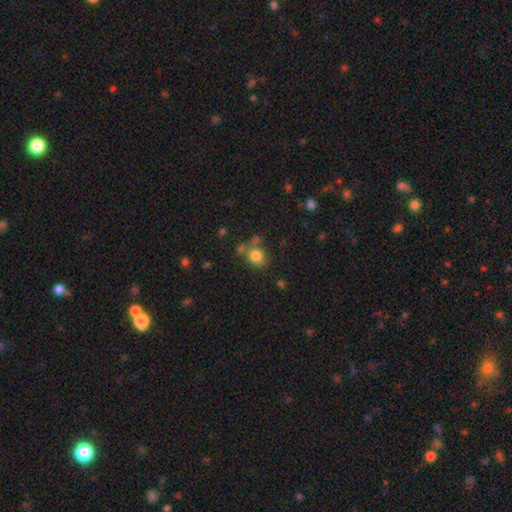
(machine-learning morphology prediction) Smooth or featured: smooth — 80% (star or artifact — 12%)
How rounded: round — 76% (in between — 24%)
Merging: none — 62% (merger — 18%)